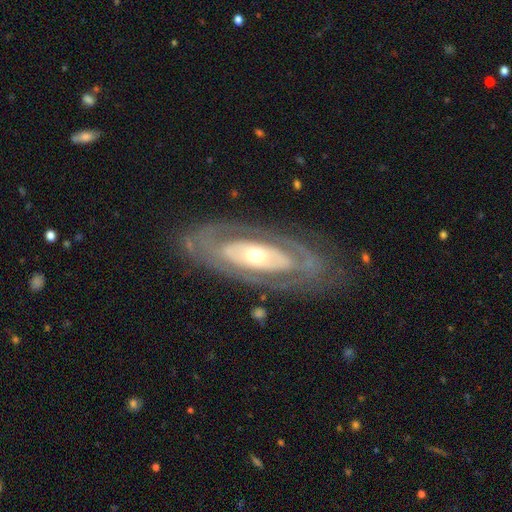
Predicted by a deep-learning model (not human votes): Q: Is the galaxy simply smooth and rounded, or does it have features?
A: featured or disk — 80%.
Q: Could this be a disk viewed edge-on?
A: no — 88%.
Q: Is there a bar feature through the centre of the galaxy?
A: no — 78%.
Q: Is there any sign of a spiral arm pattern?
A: yes — 52%.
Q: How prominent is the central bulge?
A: moderate — 60%.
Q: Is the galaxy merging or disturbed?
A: none — 78%.